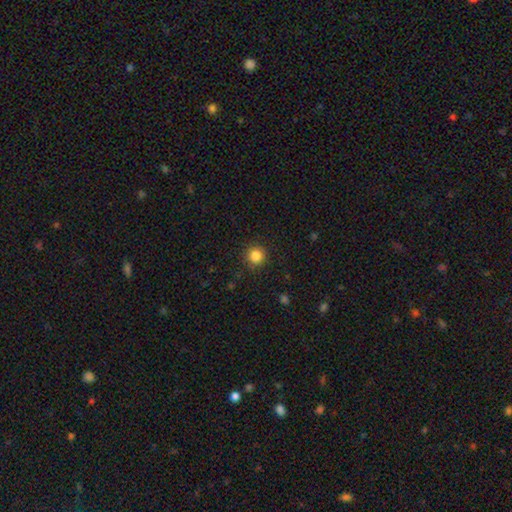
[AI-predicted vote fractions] A smooth galaxy with no disk features (85%) that is round (95%).

Vote fractions:
- Smooth or featured? smooth: 85% / star or artifact: 11% / featured or disk: 4%
- How rounded? round: 95% / in between: 4% / cigar-shaped: 1%
- Merging? none: 91% / minor disturbance: 6% / major disturbance: 2% / merger: 1%